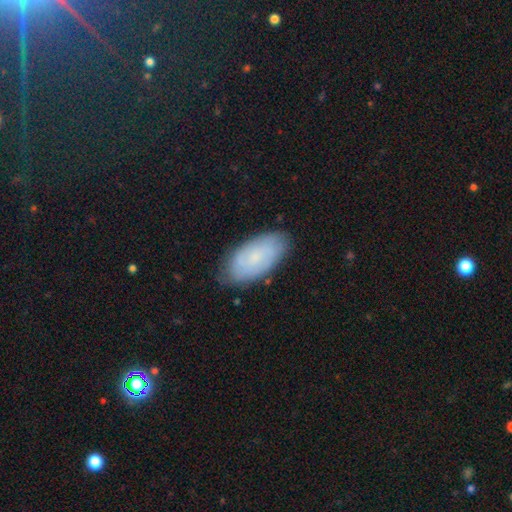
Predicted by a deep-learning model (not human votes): smooth_or_featured: smooth (p=0.56) [alt: featured or disk p=0.34]
how_rounded: in between (p=0.93) [alt: cigar-shaped p=0.05]
merging: none (p=0.81) [alt: minor disturbance p=0.14]